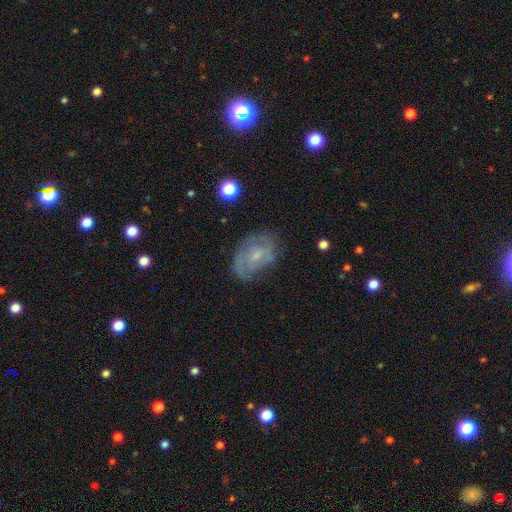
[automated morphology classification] featured or disk 65%, smooth 27%, star or artifact 9%. Down the decision tree: edge-on disk — no (96%); bar — no (62%); spiral arms — yes (81%); spiral arm count — 2 (43%); spiral winding — tight (42%); bulge size — small (64%); merging — none (67%).